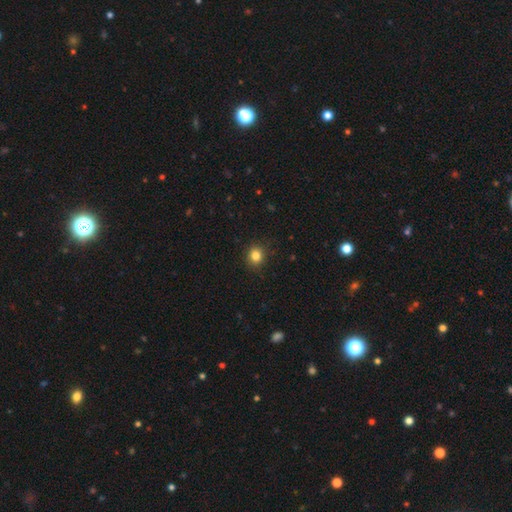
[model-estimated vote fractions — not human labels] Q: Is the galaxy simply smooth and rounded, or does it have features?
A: smooth — 83%.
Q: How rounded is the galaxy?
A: round — 83%.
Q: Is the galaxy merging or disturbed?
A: none — 89%.